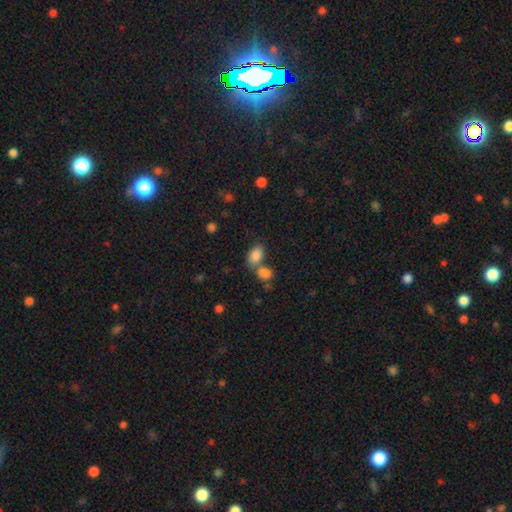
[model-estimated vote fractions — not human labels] Q: Smooth or featured?
A: smooth (85%); runner-up: star or artifact (9%)
Q: How rounded?
A: in between (87%); runner-up: round (11%)
Q: Merging?
A: merger (43%); runner-up: none (42%)